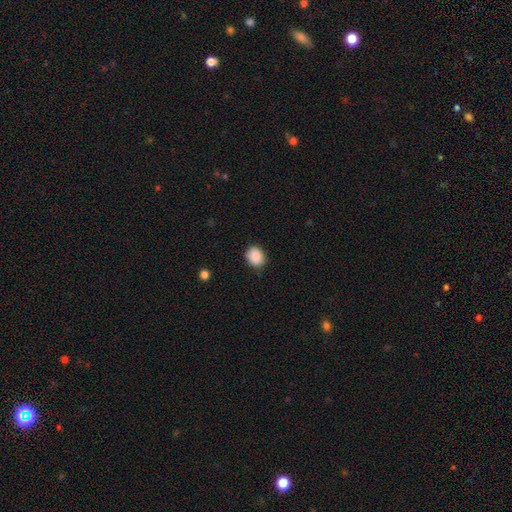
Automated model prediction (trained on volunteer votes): Morphology: type=smooth (87%); roundness=round (56%); merging=none (84%).